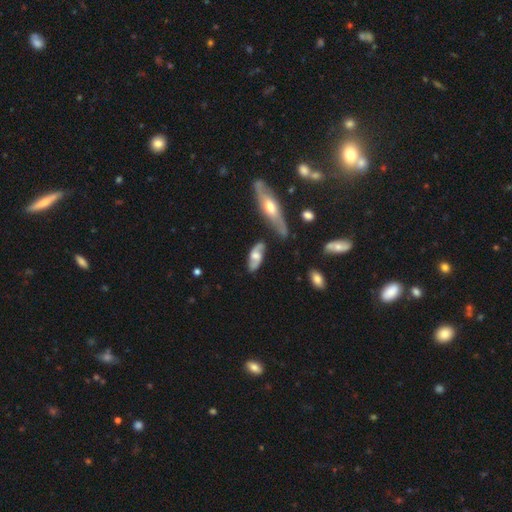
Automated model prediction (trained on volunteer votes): This appears to be a featured or disk galaxy (71%) with no bar (57%), 2 (88%) loose (43%) spiral arms (87%) and a moderate central bulge (54%). Merging: none (71%).